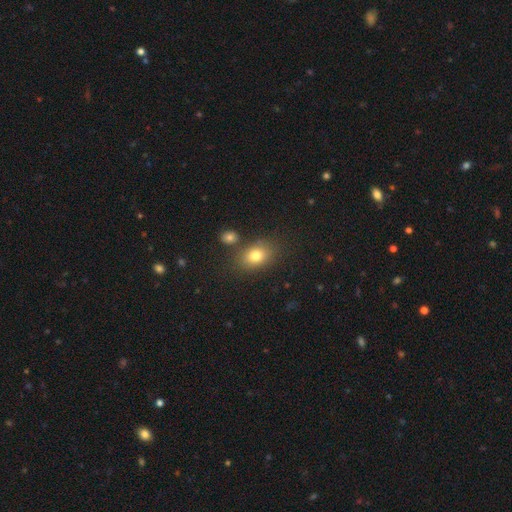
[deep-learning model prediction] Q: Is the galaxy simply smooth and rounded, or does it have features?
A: smooth — 78%.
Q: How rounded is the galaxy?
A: in between — 73%.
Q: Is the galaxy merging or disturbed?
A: none — 74%.